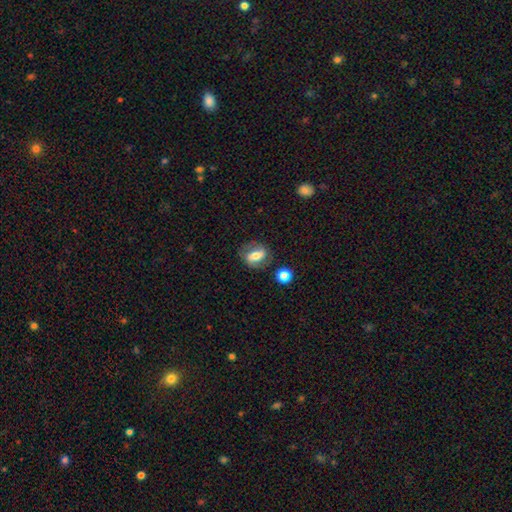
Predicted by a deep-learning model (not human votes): Smooth or featured? smooth (48%)
Merging? none (73%)